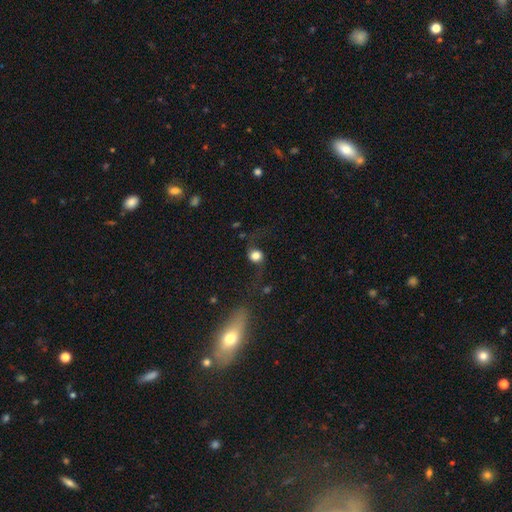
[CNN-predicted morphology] A smooth galaxy with no disk features (52%) that is round (81%).

Vote fractions:
- Smooth or featured? smooth: 52% / featured or disk: 35% / star or artifact: 12%
- How rounded? round: 81% / in between: 17% / cigar-shaped: 2%
- Merging? none: 54% / major disturbance: 24% / minor disturbance: 17% / merger: 5%